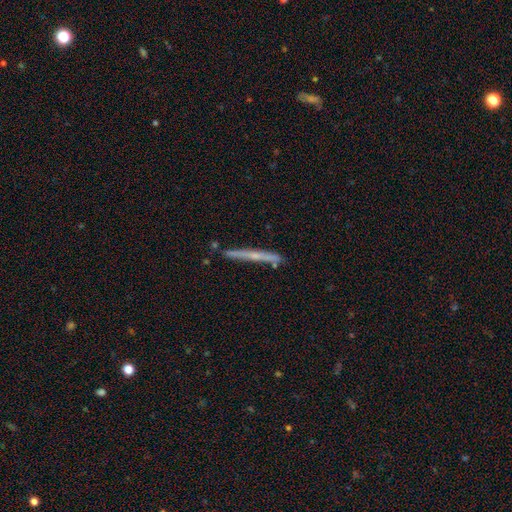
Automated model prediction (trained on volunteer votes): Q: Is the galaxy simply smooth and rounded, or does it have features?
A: featured or disk — 59%.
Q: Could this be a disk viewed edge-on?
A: yes — 96%.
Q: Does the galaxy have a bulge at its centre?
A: none — 54%.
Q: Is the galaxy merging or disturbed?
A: none — 83%.